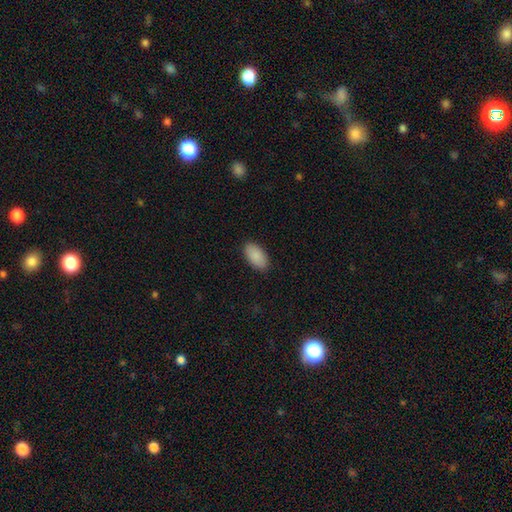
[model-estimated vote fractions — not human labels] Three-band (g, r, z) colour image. It shows a smooth galaxy with no disk features (90%) that is in between round and cigar-shaped (95%). Merging: none (89%).